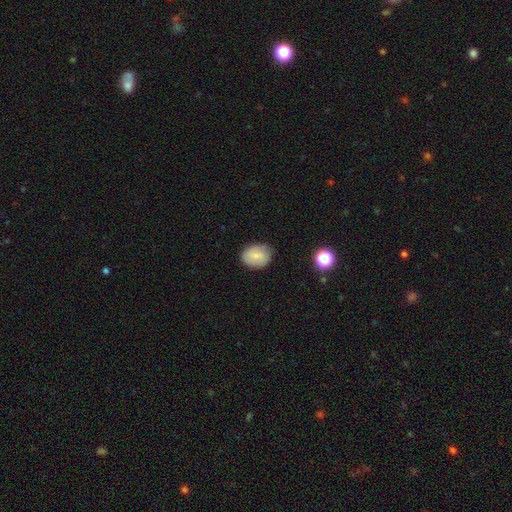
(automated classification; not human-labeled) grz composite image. It shows a smooth galaxy with no disk features (69%) that is in between round and cigar-shaped (60%). Merging: none (76%).